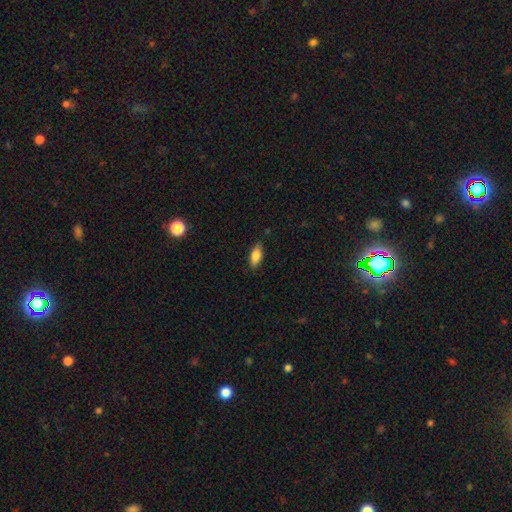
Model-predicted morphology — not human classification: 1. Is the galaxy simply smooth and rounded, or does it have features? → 79% smooth, 14% featured or disk, 7% star or artifact.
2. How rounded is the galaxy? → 82% in between, 15% cigar-shaped, 3% round.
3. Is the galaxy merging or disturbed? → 83% none, 13% minor disturbance, 3% major disturbance, 1% merger.